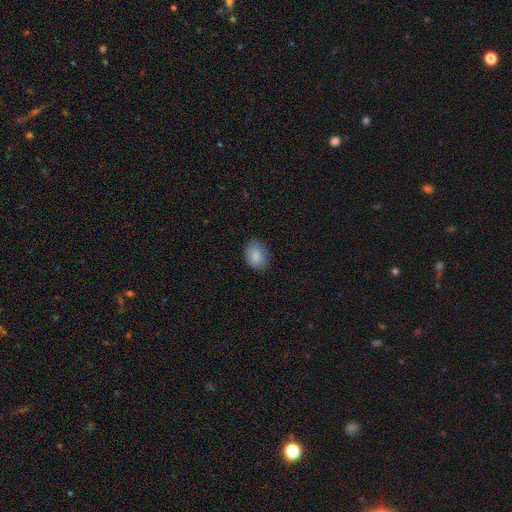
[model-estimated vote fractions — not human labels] A smooth galaxy with no disk features (87%) that is in between round and cigar-shaped (75%).

Vote fractions:
- Smooth or featured? smooth: 87% / star or artifact: 8% / featured or disk: 6%
- How rounded? in between: 75% / round: 24% / cigar-shaped: 1%
- Merging? none: 82% / minor disturbance: 14% / major disturbance: 3% / merger: 1%